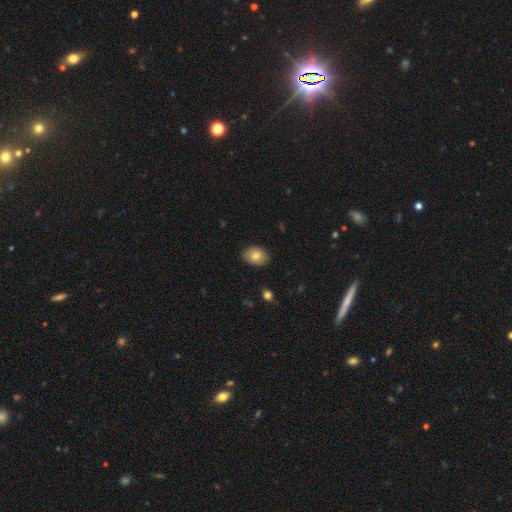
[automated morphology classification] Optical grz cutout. It shows a smooth galaxy with no disk features (81%) that is in between round and cigar-shaped (82%). Merging: none (88%).